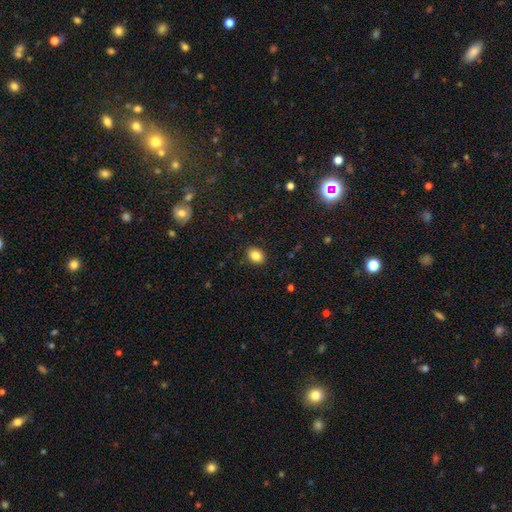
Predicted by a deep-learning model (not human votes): Smooth or featured: smooth — 84% (star or artifact — 10%)
How rounded: in between — 52% (round — 47%)
Merging: none — 89% (minor disturbance — 8%)